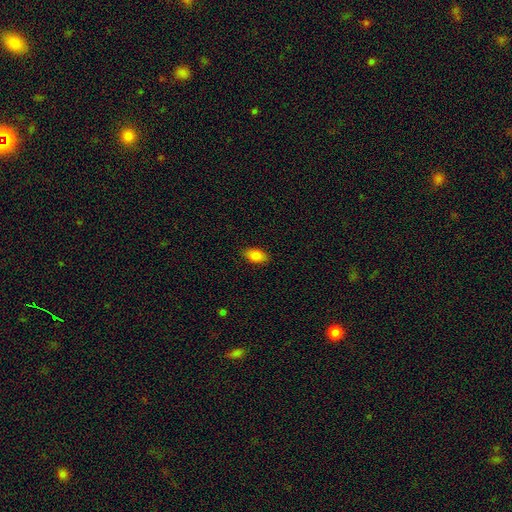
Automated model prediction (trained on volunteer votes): Q: Smooth or featured?
A: smooth (84%); runner-up: star or artifact (8%)
Q: How rounded?
A: in between (91%); runner-up: round (5%)
Q: Merging?
A: none (87%); runner-up: minor disturbance (10%)